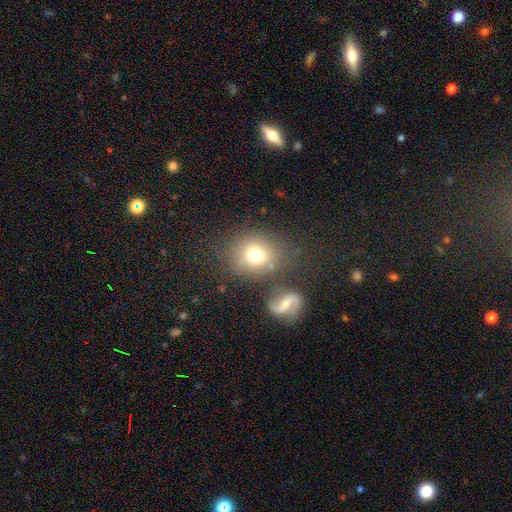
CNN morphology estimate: type=smooth (71%); roundness=round (55%); merging=none (63%).